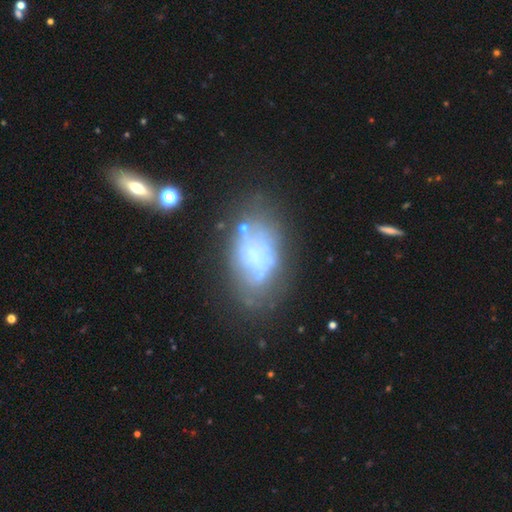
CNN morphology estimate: Q: Smooth or featured?
A: featured or disk (55%); runner-up: smooth (33%)
Q: Edge-on disk?
A: no (95%); runner-up: yes (5%)
Q: Bar?
A: no (78%); runner-up: weak (15%)
Q: Spiral arms?
A: no (84%); runner-up: yes (16%)
Q: Bulge size?
A: none (57%); runner-up: small (16%)
Q: Merging?
A: none (41%); runner-up: major disturbance (23%)